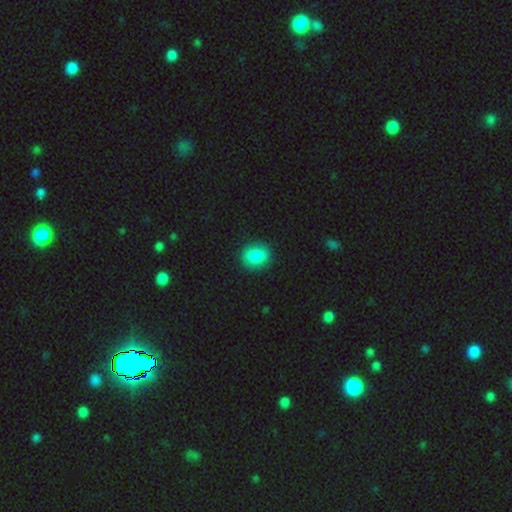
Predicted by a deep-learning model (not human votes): This appears to be a smooth galaxy with no disk features (84%) that is round (75%). Merging: none (87%).